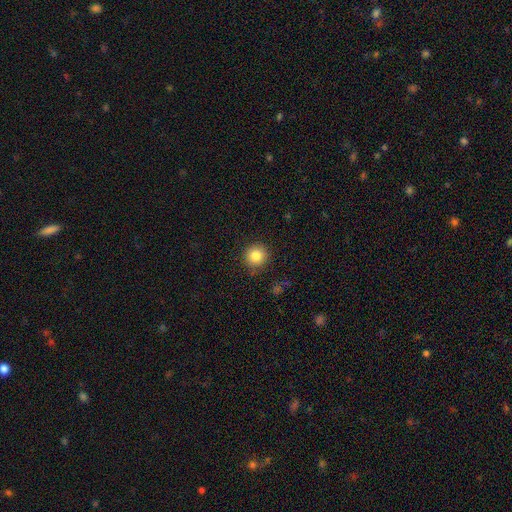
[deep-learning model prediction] Smooth or featured? Predicted: smooth (p=0.85). How rounded? Predicted: round (p=0.93). Merging? Predicted: none (p=0.88).